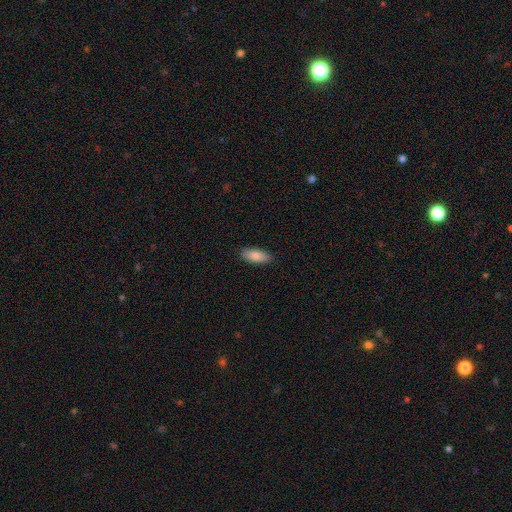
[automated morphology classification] Overall: smooth (86%). How rounded: in between (85%). Merging: none (88%).